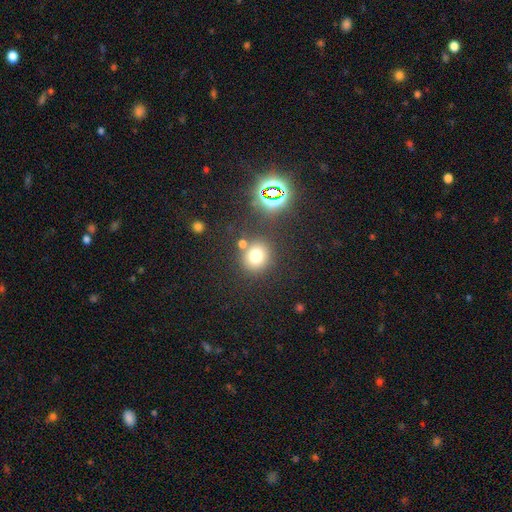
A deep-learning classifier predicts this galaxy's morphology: Smooth or featured? Predicted: smooth (p=0.71). How rounded? Predicted: round (p=0.85). Merging? Predicted: none (p=0.76).